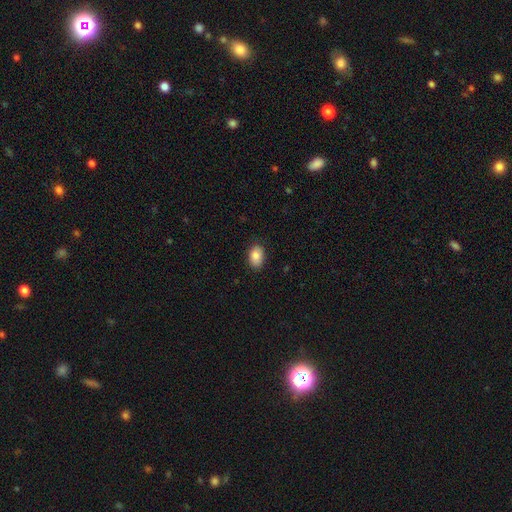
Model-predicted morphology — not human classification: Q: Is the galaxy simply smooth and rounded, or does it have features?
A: smooth — 85%.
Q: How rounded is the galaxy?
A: in between — 84%.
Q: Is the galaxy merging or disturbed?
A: none — 85%.